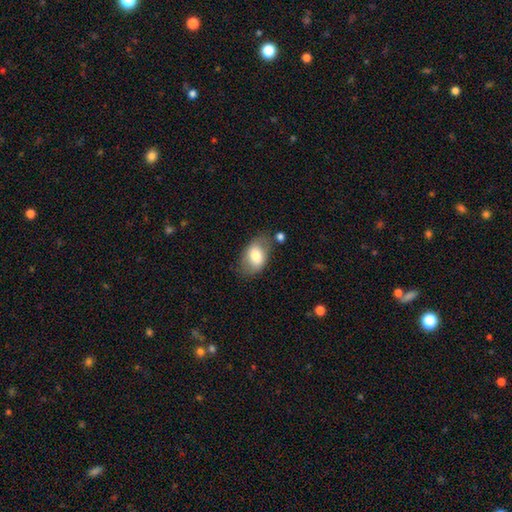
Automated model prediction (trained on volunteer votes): This appears to be a smooth galaxy with no disk features (73%) that is in between round and cigar-shaped (88%). Merging: none (66%).